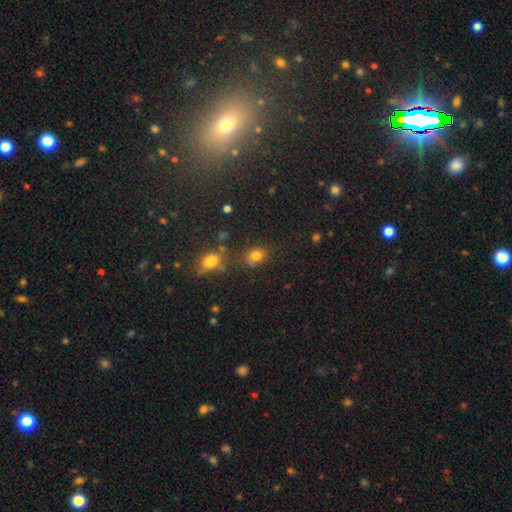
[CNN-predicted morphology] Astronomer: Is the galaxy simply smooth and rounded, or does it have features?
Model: smooth — 75%.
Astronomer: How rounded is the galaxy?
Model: round — 51% (runner-up: in between, 48%).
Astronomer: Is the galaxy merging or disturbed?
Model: none — 63%.